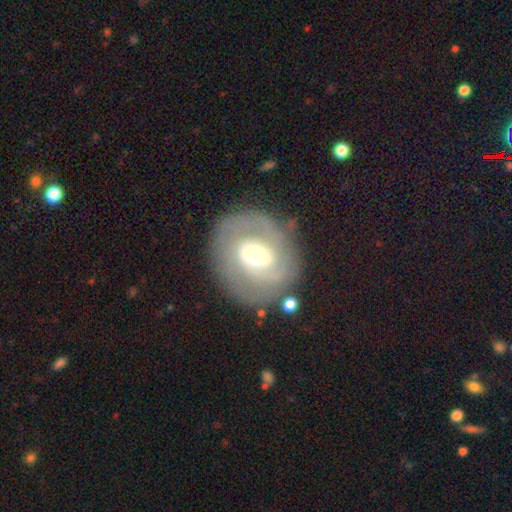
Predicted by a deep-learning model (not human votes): A featured or disk galaxy (77%) with a weak bar (50%), 2 (58%) tight (53%) spiral arms (84%) and a moderate central bulge (65%).

Vote fractions:
- Smooth or featured? featured or disk: 77% / smooth: 17% / star or artifact: 6%
- Edge-on disk? no: 97% / yes: 3%
- Bar? weak: 50% / no: 26% / strong: 24%
- Spiral arms? yes: 84% / no: 16%
- Spiral winding? tight: 53% / medium: 34% / loose: 13%
- Spiral arm count? 2: 58% / can't tell: 22% / 3: 9% / 1: 5% / 4: 3% / more than 4: 3%
- Bulge size? moderate: 65% / small: 20% / large: 13% / dominant: 2% / none: 1%
- Merging? none: 76% / minor disturbance: 14% / major disturbance: 7% / merger: 3%